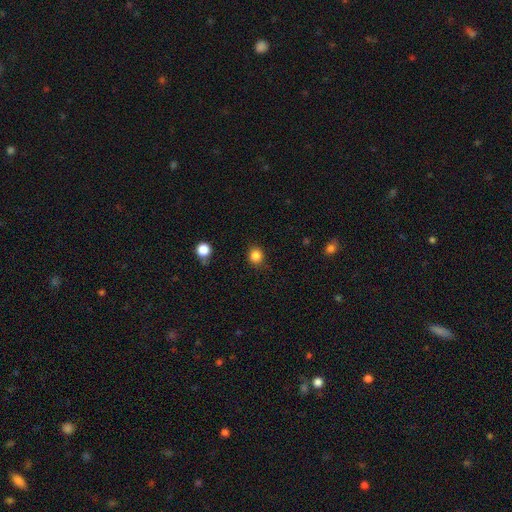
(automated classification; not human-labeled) This appears to be a smooth galaxy with no disk features (85%) that is round (86%). Merging: none (86%).